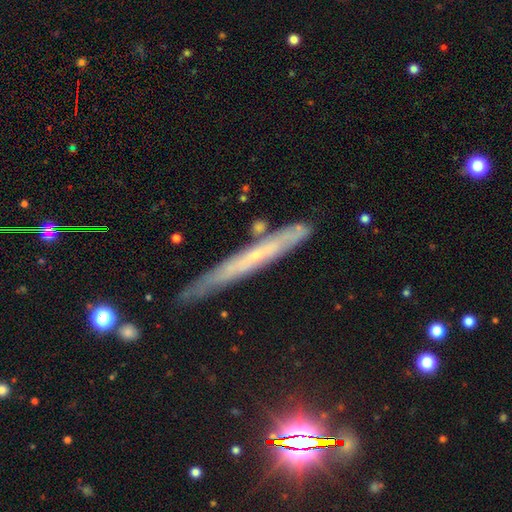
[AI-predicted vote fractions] This appears to be a featured or disk galaxy (55%) viewed edge-on (89%). Merging: none (78%).